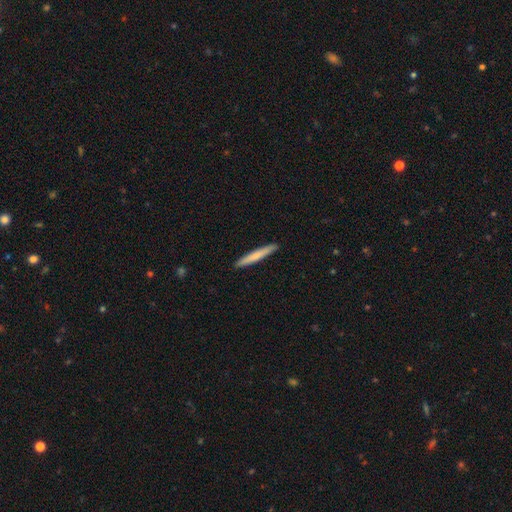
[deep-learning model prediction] smooth_or_featured: smooth (p=0.72) [alt: featured or disk p=0.23]
how_rounded: cigar-shaped (p=0.96) [alt: in between p=0.03]
merging: none (p=0.92) [alt: minor disturbance p=0.05]